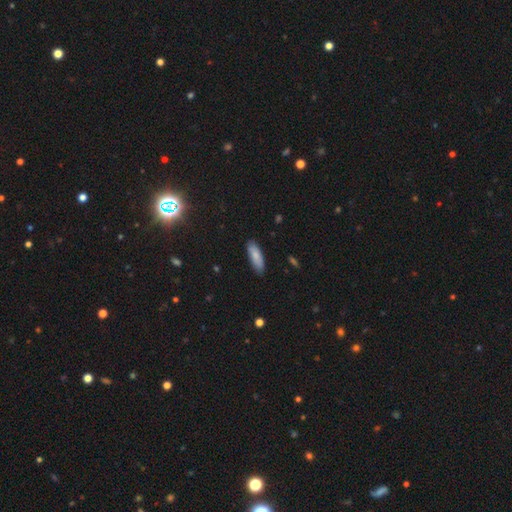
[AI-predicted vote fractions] Smooth or featured?
  - smooth: 81% *
  - featured or disk: 13%
  - star or artifact: 6%
How rounded?
  - in between: 62% *
  - cigar-shaped: 36%
  - round: 2%
Merging?
  - none: 83% *
  - minor disturbance: 13%
  - major disturbance: 2%
  - merger: 1%